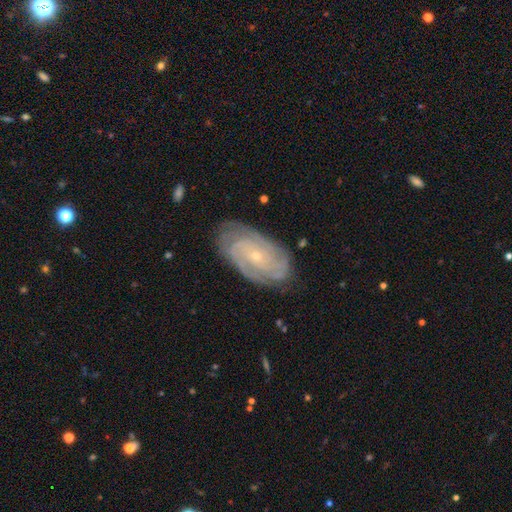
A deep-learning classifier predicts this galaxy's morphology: type=featured or disk (84%); edge-on=no (95%); bar=no (72%); spiral arms=yes (96%); winding=tight (73%); arm count=can't tell (28%); bulge=small (82%); merging=none (80%).